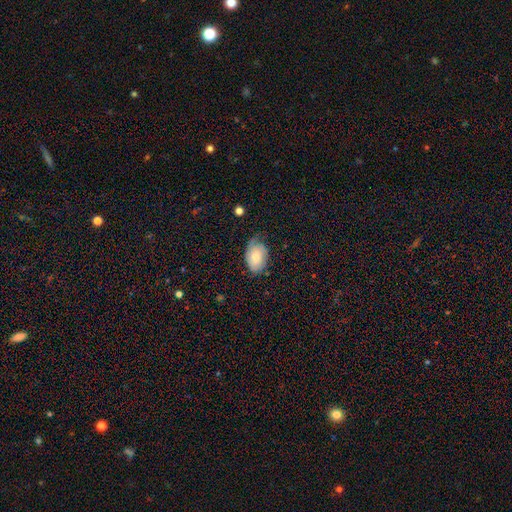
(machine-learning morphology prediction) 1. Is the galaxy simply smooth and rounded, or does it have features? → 54% smooth, 37% featured or disk, 9% star or artifact.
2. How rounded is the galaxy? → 85% in between, 14% round, 1% cigar-shaped.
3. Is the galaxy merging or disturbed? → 54% none, 33% minor disturbance, 12% major disturbance, 1% merger.